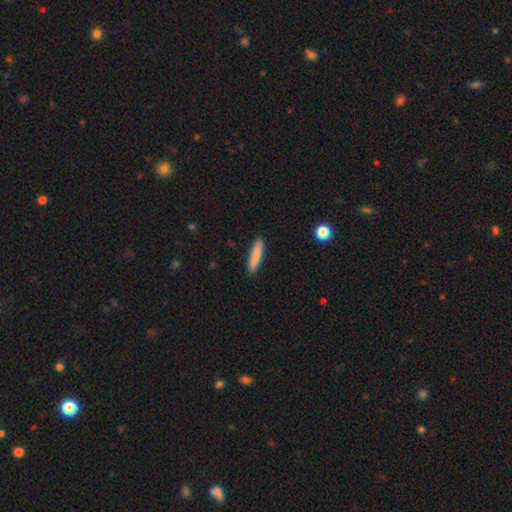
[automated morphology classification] smooth-or-featured: smooth: 85% | featured or disk: 9% | star or artifact: 6%
  how-rounded: cigar-shaped: 84% | in between: 15% | round: 1%
  merging: none: 90% | minor disturbance: 7% | major disturbance: 2% | merger: 1%